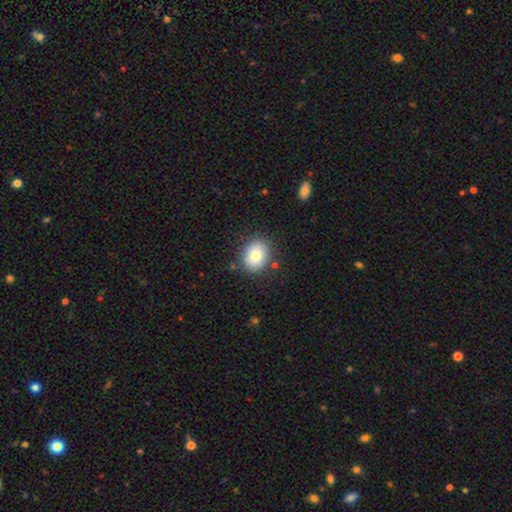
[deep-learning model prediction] Smooth or featured? smooth (79%)
How rounded? round (64%)
Merging? none (85%)